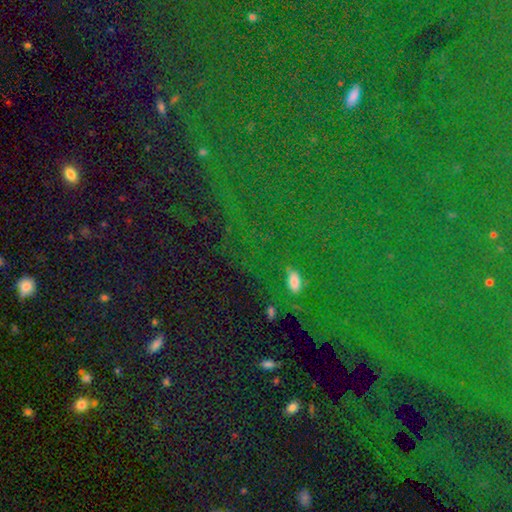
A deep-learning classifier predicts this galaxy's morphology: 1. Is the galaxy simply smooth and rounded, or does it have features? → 80% star or artifact, 12% smooth, 8% featured or disk.